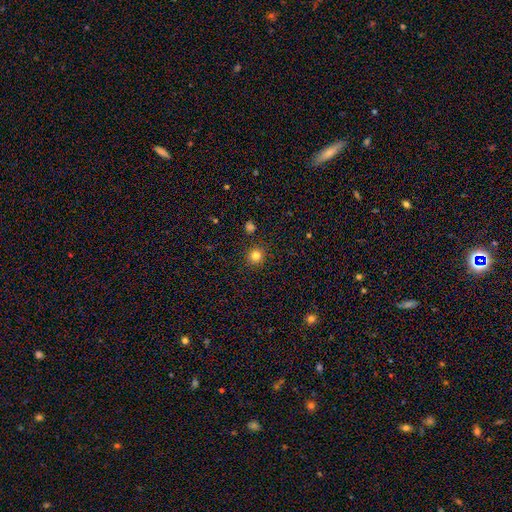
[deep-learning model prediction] A smooth galaxy with no disk features (81%) that is round (92%). Merging: none (90%).